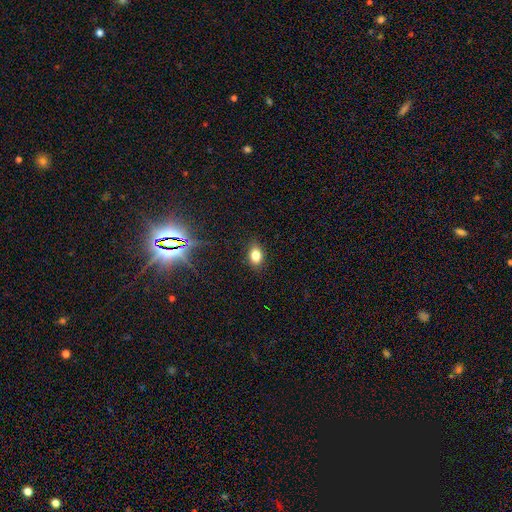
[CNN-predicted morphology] Q: Smooth or featured?
A: smooth (79%); runner-up: star or artifact (13%)
Q: How rounded?
A: in between (79%); runner-up: round (19%)
Q: Merging?
A: none (86%); runner-up: minor disturbance (10%)